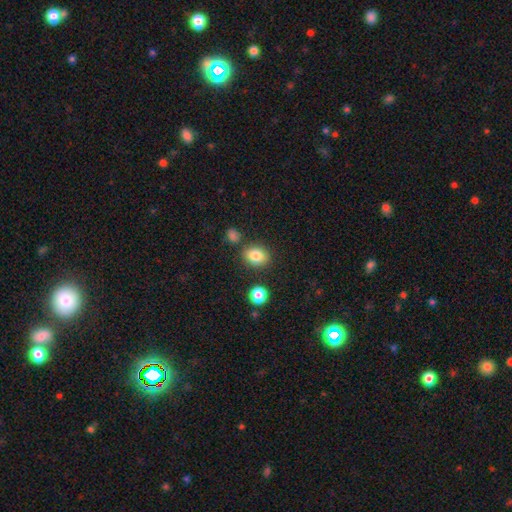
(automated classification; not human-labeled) Smooth or featured? Predicted: smooth (p=0.83). How rounded? Predicted: in between (p=0.53). Merging? Predicted: none (p=0.81).